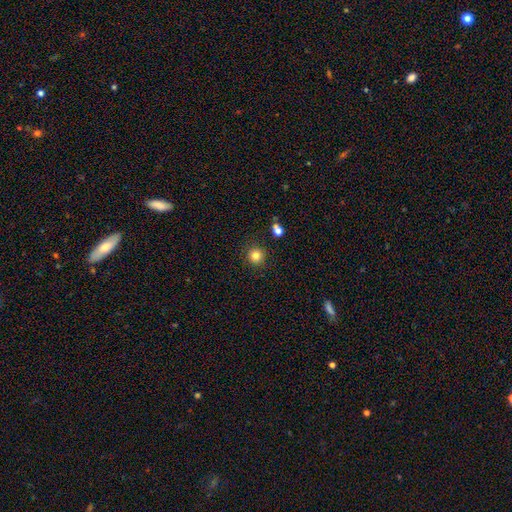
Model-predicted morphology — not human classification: Q: Smooth or featured?
A: smooth (82%); runner-up: star or artifact (12%)
Q: How rounded?
A: round (94%); runner-up: in between (5%)
Q: Merging?
A: none (88%); runner-up: minor disturbance (7%)